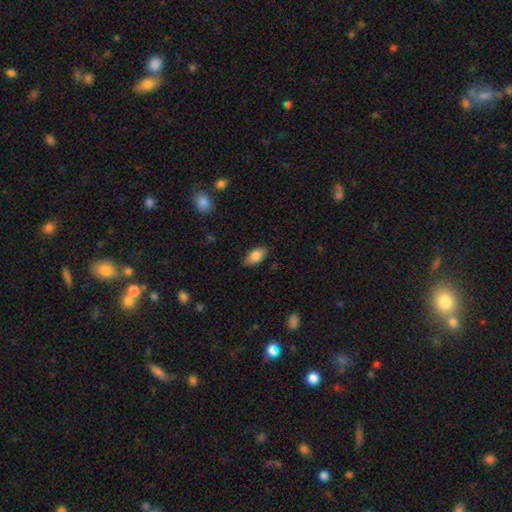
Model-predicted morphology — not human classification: smooth_or_featured: smooth (p=0.82) [alt: featured or disk p=0.11]
how_rounded: in between (p=0.91) [alt: cigar-shaped p=0.06]
merging: none (p=0.84) [alt: minor disturbance p=0.12]